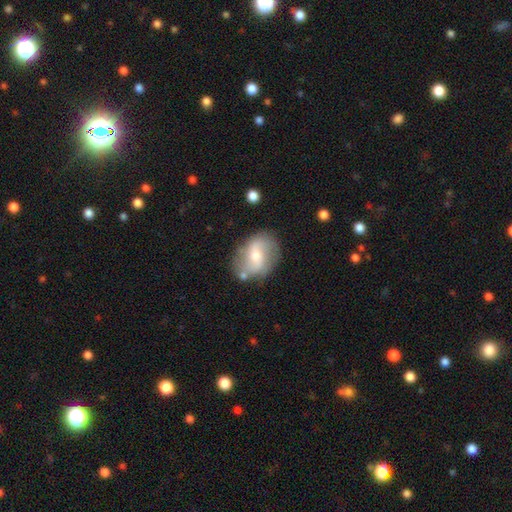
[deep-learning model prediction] A featured or disk galaxy (61%) with a weak bar (45%), spiral arms (77%) and a moderate central bulge (58%).

Vote fractions:
- Smooth or featured? featured or disk: 61% / smooth: 32% / star or artifact: 7%
- Edge-on disk? no: 96% / yes: 4%
- Bar? weak: 45% / no: 36% / strong: 19%
- Spiral arms? yes: 77% / no: 23%
- Bulge size? moderate: 58% / small: 36% / large: 4% / none: 1% / dominant: 1%
- Merging? none: 71% / minor disturbance: 17% / major disturbance: 6% / merger: 6%